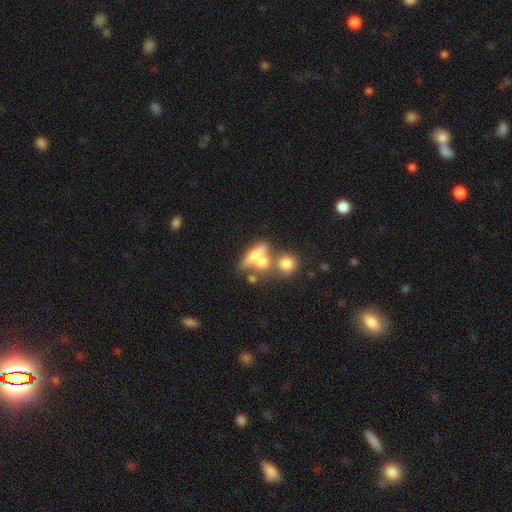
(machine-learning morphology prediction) A smooth galaxy with no disk features (56%) that is in between round and cigar-shaped (53%).

Vote fractions:
- Smooth or featured? smooth: 56% / featured or disk: 32% / star or artifact: 12%
- How rounded? in between: 53% / round: 25% / cigar-shaped: 22%
- Merging? merger: 48% / none: 30% / minor disturbance: 12% / major disturbance: 11%